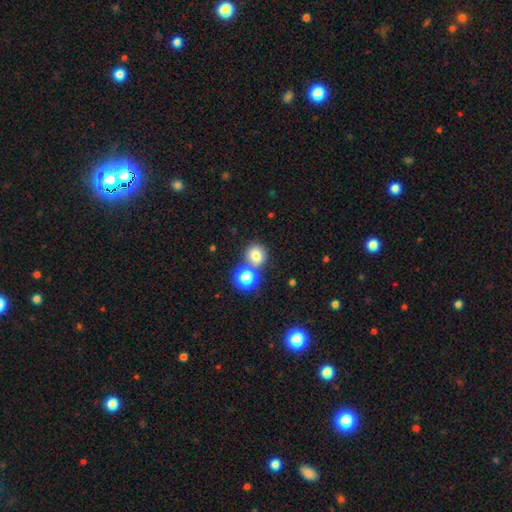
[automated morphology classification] The model was most divided on "merging": none: 62%, merger: 26%, minor disturbance: 9%, major disturbance: 3%. More confident: how rounded — round (85%); smooth or featured — smooth (74%).